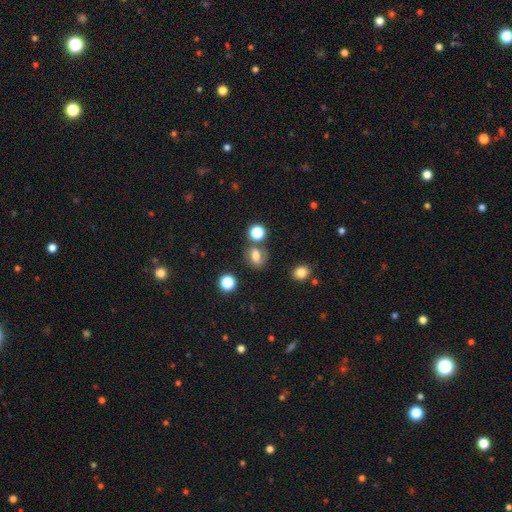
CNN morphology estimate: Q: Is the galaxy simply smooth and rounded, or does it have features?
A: smooth — 63%.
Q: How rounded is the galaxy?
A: in between — 57%.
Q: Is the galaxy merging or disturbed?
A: none — 61%.